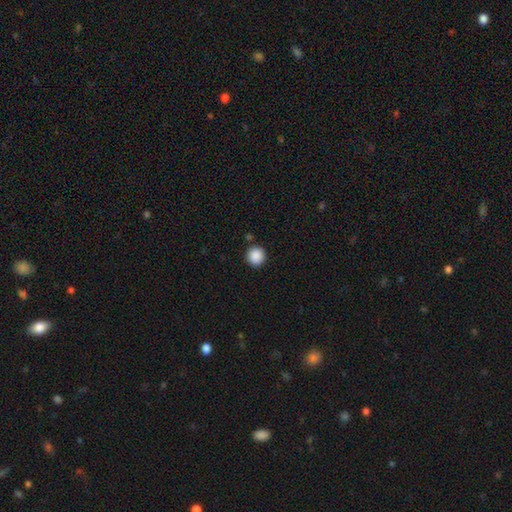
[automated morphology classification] Overall: smooth (89%). How rounded: round (94%). Merging: none (89%).